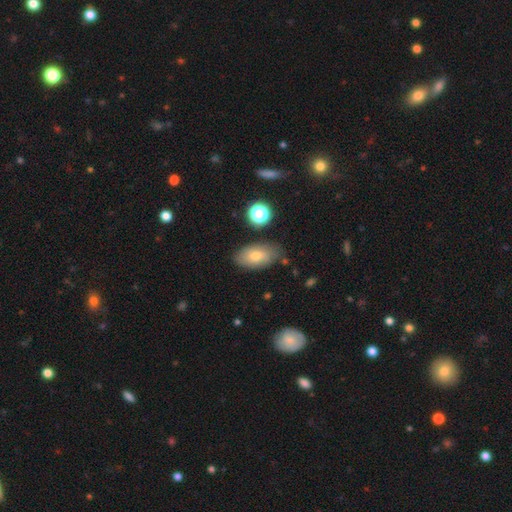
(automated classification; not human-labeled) The model was most divided on "smooth or featured": smooth: 70%, featured or disk: 20%, star or artifact: 9%. More confident: how rounded — in between (91%); merging — none (71%).